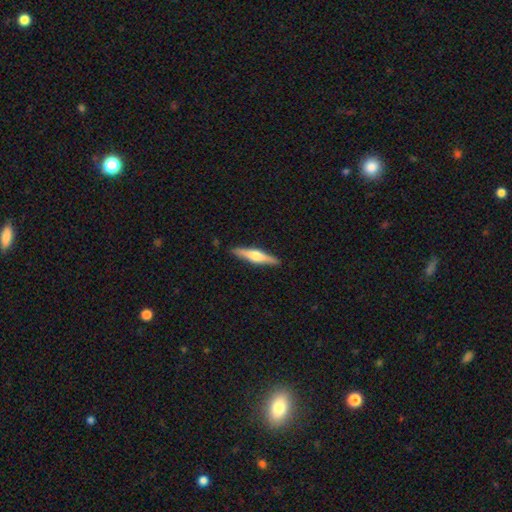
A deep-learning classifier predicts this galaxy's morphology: type=featured or disk (62%); edge-on=yes (97%); edge-on bulge=rounded (87%); merging=none (90%).